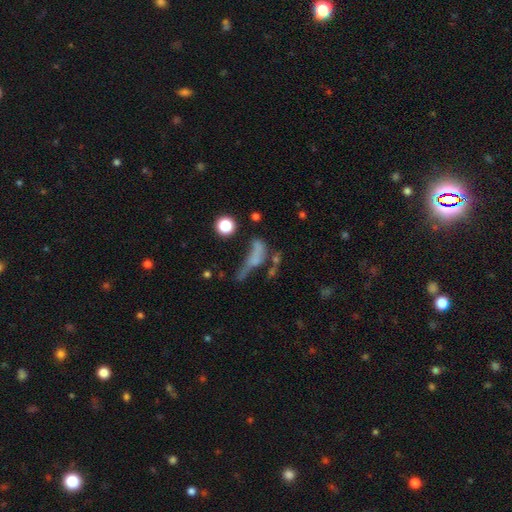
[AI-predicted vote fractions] Q: Smooth or featured?
A: smooth (47%); runner-up: featured or disk (32%)
Q: Merging?
A: major disturbance (38%); runner-up: none (25%)